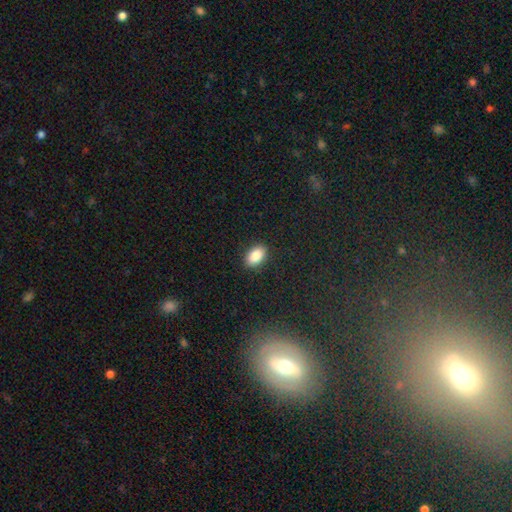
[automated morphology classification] Overall: smooth (87%). How rounded: in between (91%). Merging: none (89%).